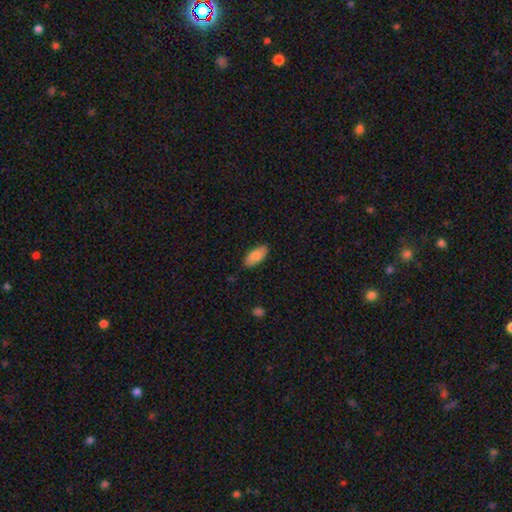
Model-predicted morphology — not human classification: smooth 83%, featured or disk 11%, star or artifact 6%. Down the decision tree: how rounded — in between (91%); merging — none (84%).